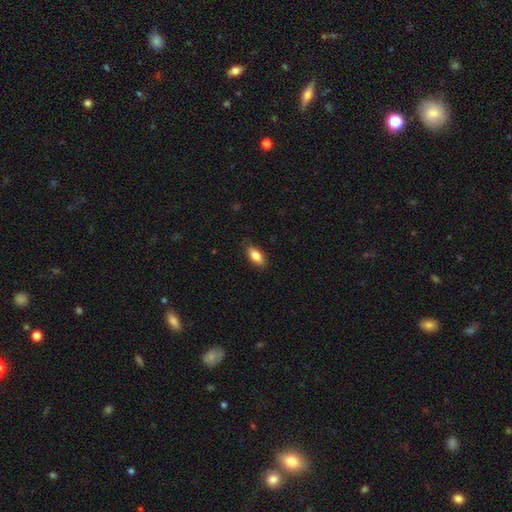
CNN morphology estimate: A smooth galaxy with no disk features (82%) that is in between round and cigar-shaped (86%).

Vote fractions:
- Smooth or featured? smooth: 82% / featured or disk: 11% / star or artifact: 7%
- How rounded? in between: 86% / cigar-shaped: 11% / round: 3%
- Merging? none: 84% / minor disturbance: 13% / major disturbance: 2% / merger: 1%